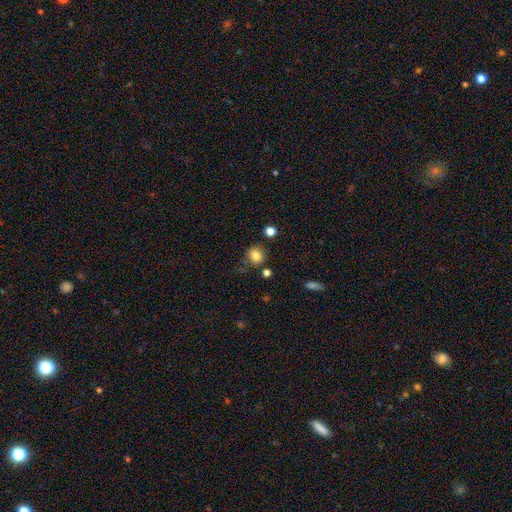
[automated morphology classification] A smooth galaxy with no disk features (82%) that is round (79%). Merging: none (79%).